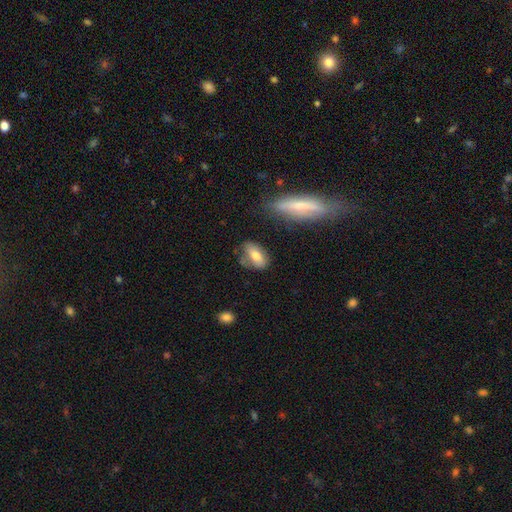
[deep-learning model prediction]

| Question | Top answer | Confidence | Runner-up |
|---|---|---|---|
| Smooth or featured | smooth | 69% | featured or disk (23%) |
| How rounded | in between | 83% | cigar-shaped (11%) |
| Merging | none | 59% | minor disturbance (26%) |